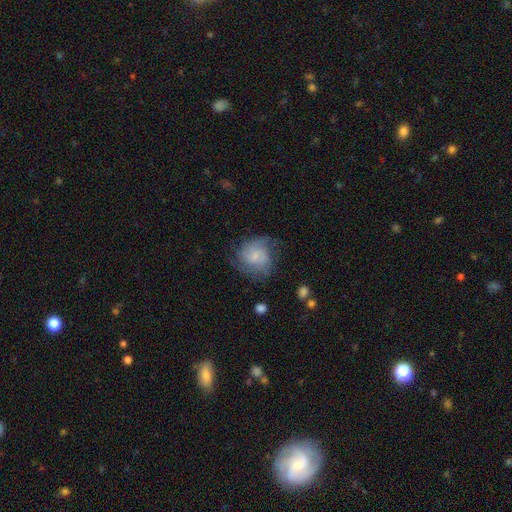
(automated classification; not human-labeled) A featured or disk galaxy (49%). Merging: none (55%).